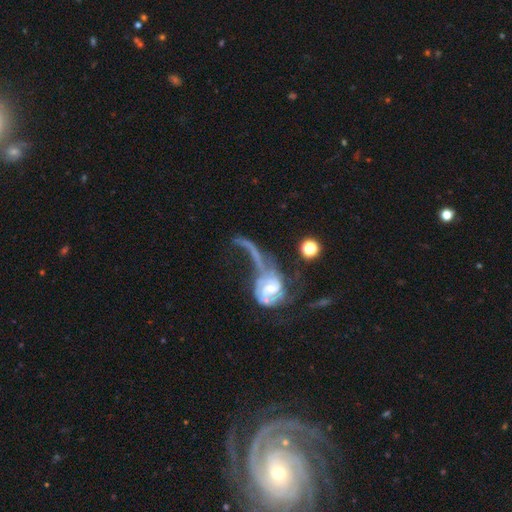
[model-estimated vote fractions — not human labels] A featured or disk galaxy (66%) with no bar (60%), spiral arms (64%) and a small central bulge (38%, tied with moderate). Merging: major disturbance (46%).